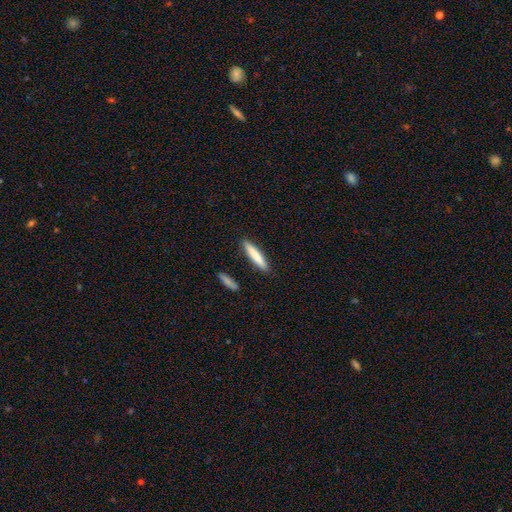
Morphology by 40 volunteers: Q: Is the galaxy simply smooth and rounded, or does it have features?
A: smooth — 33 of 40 (82%).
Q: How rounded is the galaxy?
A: cigar-shaped — 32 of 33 (97%).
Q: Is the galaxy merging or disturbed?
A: none — 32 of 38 (84%).